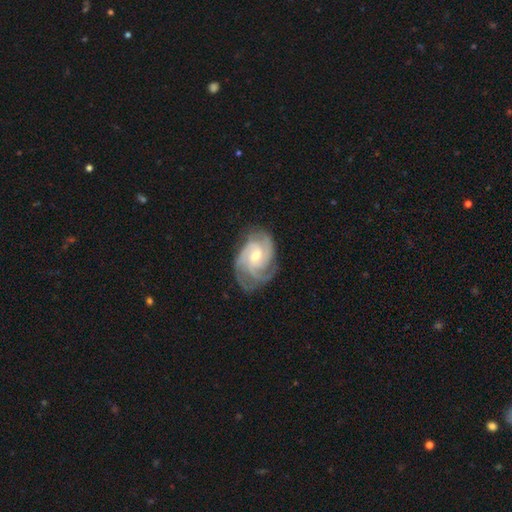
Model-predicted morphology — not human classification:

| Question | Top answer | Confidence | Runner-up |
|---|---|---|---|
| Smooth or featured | featured or disk | 90% | smooth (6%) |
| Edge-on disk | no | 98% | yes (2%) |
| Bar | no | 51% | weak (41%) |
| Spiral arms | yes | 98% | no (2%) |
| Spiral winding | tight | 58% | medium (36%) |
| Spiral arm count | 3 | 47% | 4 (20%) |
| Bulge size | moderate | 54% | small (42%) |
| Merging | none | 72% | minor disturbance (20%) |